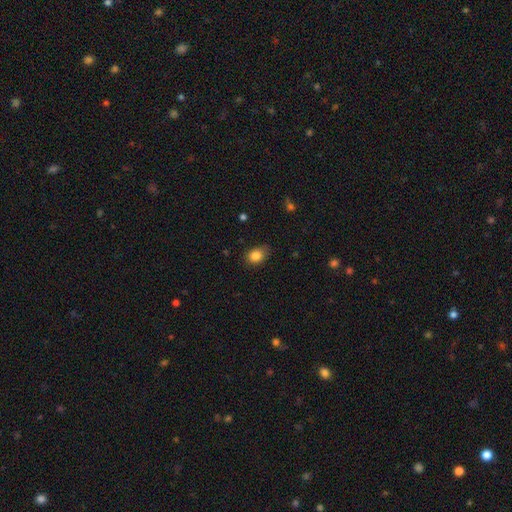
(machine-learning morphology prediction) The model was most divided on "how rounded": in between: 64%, round: 34%, cigar-shaped: 1%. More confident: smooth or featured — smooth (85%); merging — none (74%).